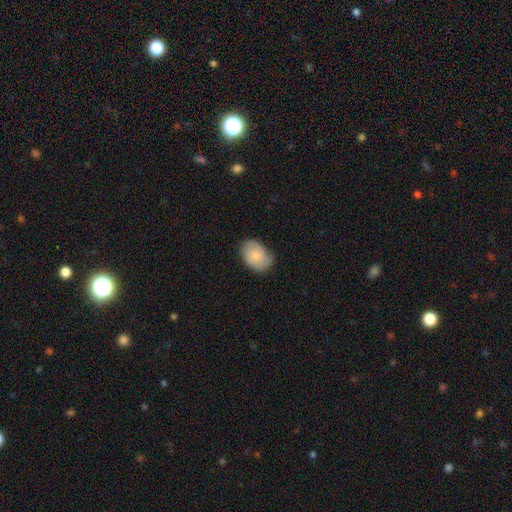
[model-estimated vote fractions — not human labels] smooth 65%, featured or disk 28%, star or artifact 7%. Down the decision tree: how rounded — in between (73%); merging — none (68%).